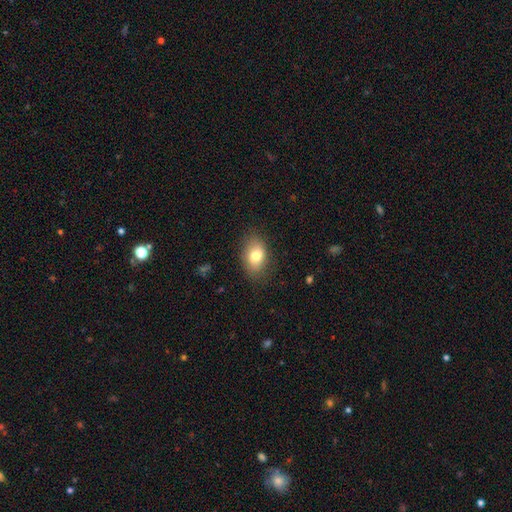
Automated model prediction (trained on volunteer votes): Smooth or featured?
  - smooth: 79% *
  - featured or disk: 13%
  - star or artifact: 8%
How rounded?
  - in between: 85% *
  - round: 14%
  - cigar-shaped: 1%
Merging?
  - none: 80% *
  - minor disturbance: 15%
  - major disturbance: 4%
  - merger: 1%